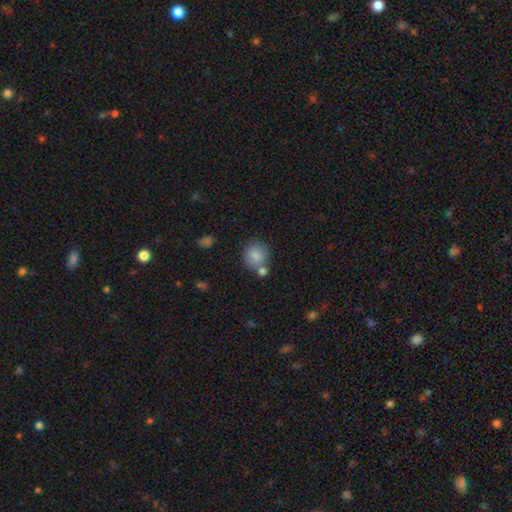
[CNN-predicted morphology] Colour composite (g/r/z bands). It shows a smooth galaxy with no disk features (84%) that is round (82%). Merging: none (64%).